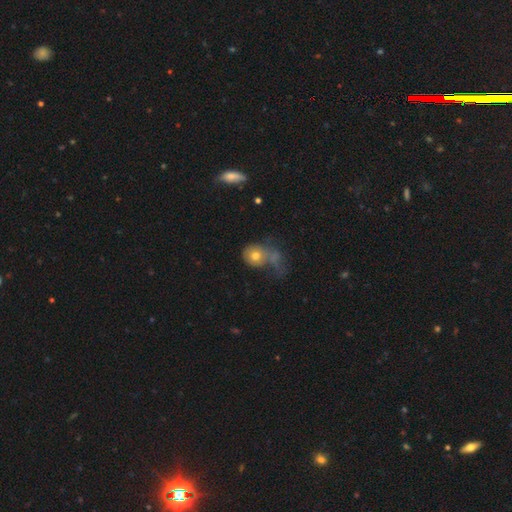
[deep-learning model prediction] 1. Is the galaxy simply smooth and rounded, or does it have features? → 68% smooth, 23% featured or disk, 9% star or artifact.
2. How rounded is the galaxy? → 62% round, 37% in between, 1% cigar-shaped.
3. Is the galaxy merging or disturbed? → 35% major disturbance, 26% merger, 23% none, 16% minor disturbance.